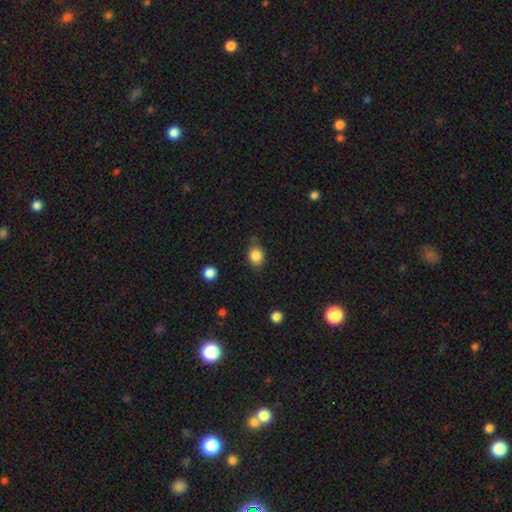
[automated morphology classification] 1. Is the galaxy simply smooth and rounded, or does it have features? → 86% smooth, 9% star or artifact, 5% featured or disk.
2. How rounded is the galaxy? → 52% round, 47% in between, 1% cigar-shaped.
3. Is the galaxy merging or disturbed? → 76% none, 17% minor disturbance, 4% major disturbance, 3% merger.